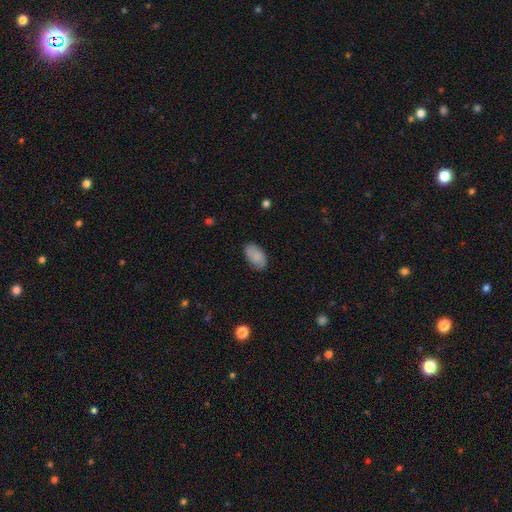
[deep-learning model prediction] Smooth or featured? Predicted: smooth (p=0.81). How rounded? Predicted: in between (p=0.94). Merging? Predicted: none (p=0.80).